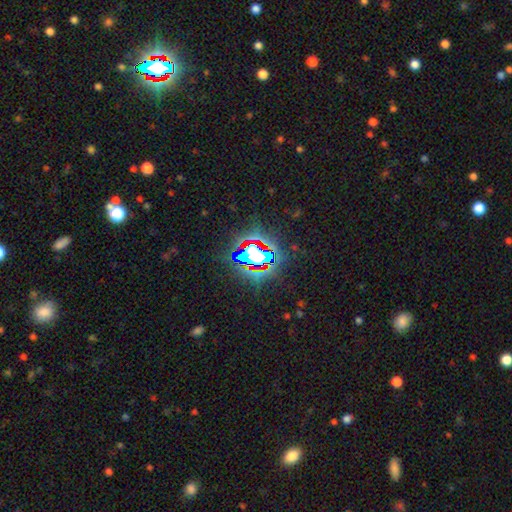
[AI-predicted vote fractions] smooth_or_featured: star or artifact (p=0.73) [alt: smooth p=0.16]